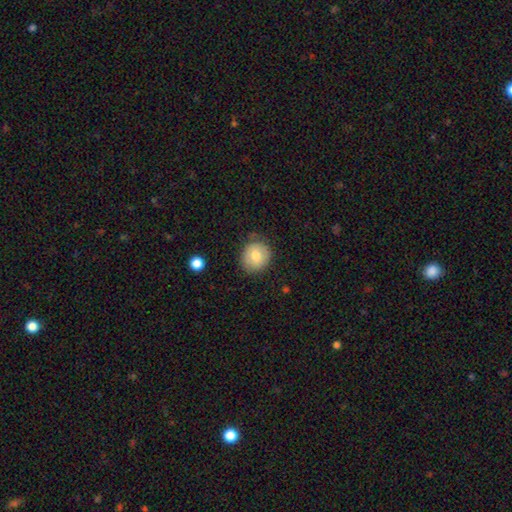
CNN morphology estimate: Overall: smooth (76%). How rounded: round (83%). Merging: none (79%).